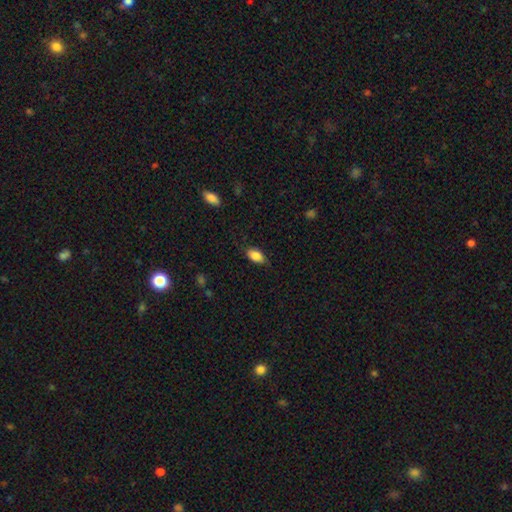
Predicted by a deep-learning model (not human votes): The model was most divided on "merging": none: 79%, minor disturbance: 17%, major disturbance: 4%, merger: 1%. More confident: how rounded — in between (91%); smooth or featured — smooth (87%).